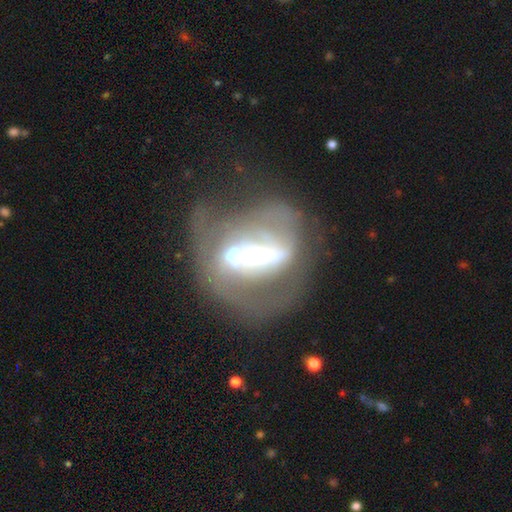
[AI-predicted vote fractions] Q: Smooth or featured?
A: featured or disk (72%); runner-up: smooth (17%)
Q: Edge-on disk?
A: no (89%); runner-up: yes (11%)
Q: Bar?
A: strong (63%); runner-up: weak (19%)
Q: Spiral arms?
A: no (51%); runner-up: yes (49%)
Q: Bulge size?
A: moderate (33%); runner-up: large (26%)
Q: Merging?
A: major disturbance (38%); runner-up: none (28%)